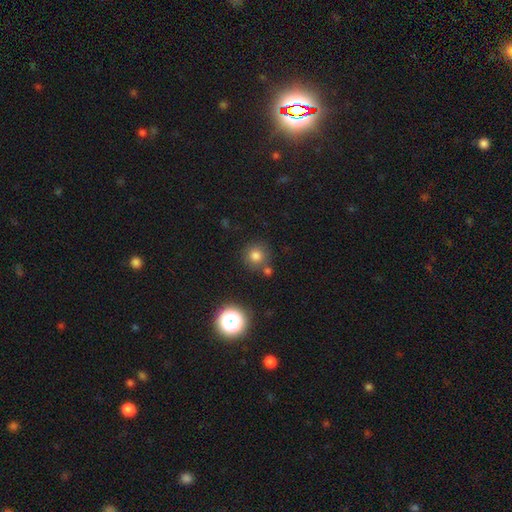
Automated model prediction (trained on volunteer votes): Smooth or featured? smooth (76%)
How rounded? round (92%)
Merging? none (76%)